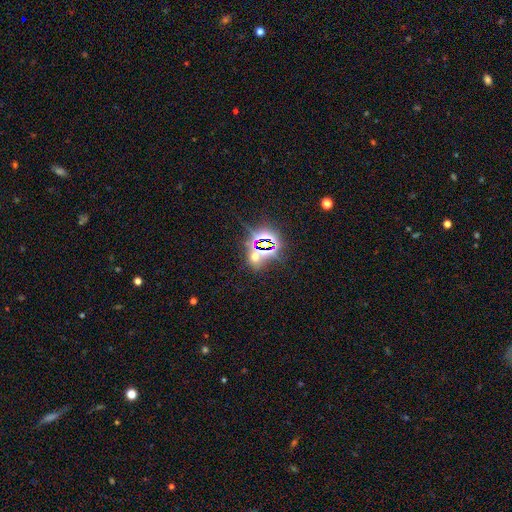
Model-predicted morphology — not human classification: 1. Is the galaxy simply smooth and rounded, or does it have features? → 68% star or artifact, 22% smooth, 9% featured or disk.